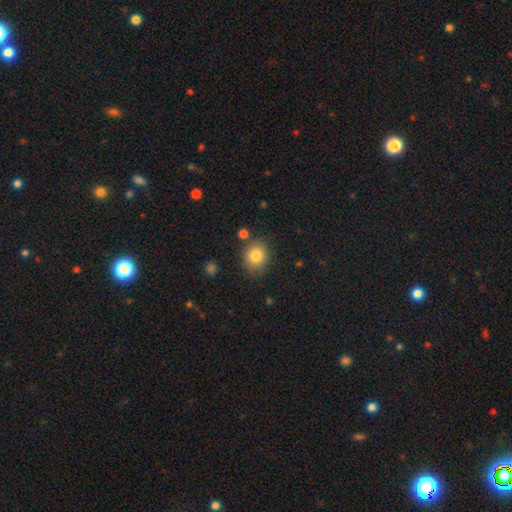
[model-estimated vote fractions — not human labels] smooth_or_featured: smooth (p=0.83) [alt: star or artifact p=0.10]
how_rounded: round (p=0.73) [alt: in between p=0.26]
merging: none (p=0.79) [alt: minor disturbance p=0.12]